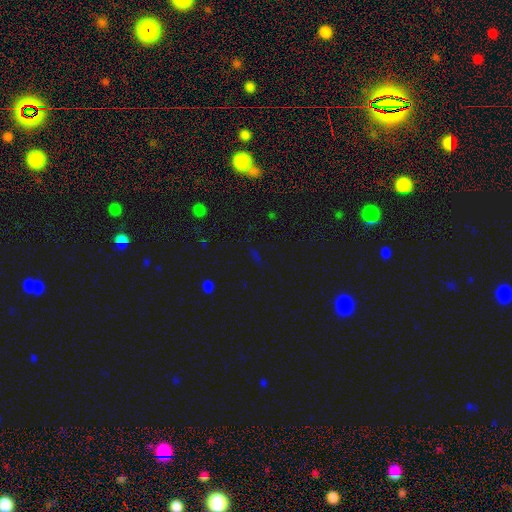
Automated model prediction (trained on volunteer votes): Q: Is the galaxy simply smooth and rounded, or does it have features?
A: star or artifact — 66%.